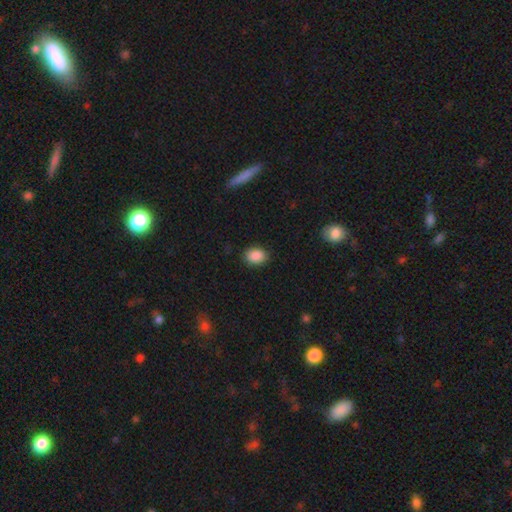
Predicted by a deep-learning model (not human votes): Overall: smooth (88%). How rounded: in between (66%; round 32%). Merging: none (88%).